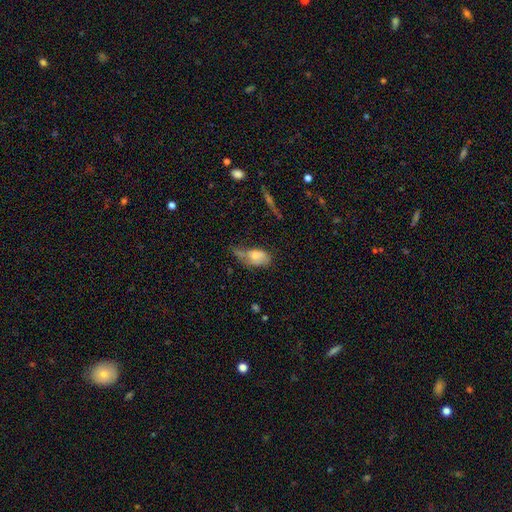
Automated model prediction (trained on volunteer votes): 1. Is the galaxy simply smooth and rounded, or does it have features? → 62% smooth, 29% featured or disk, 9% star or artifact.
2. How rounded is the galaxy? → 89% in between, 7% round, 4% cigar-shaped.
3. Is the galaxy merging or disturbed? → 36% major disturbance, 32% minor disturbance, 23% none, 9% merger.